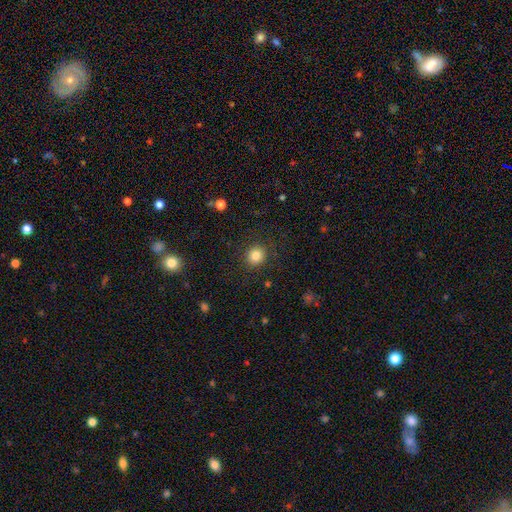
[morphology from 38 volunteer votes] A smooth galaxy with no disk features (84%) that is round (91%). Merging: none (83%).